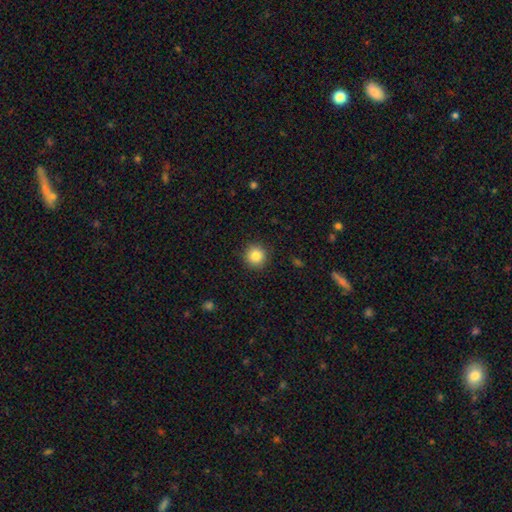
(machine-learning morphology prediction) Smooth or featured?
  - smooth: 84% *
  - star or artifact: 10%
  - featured or disk: 6%
How rounded?
  - round: 94% *
  - in between: 5%
  - cigar-shaped: 1%
Merging?
  - none: 91% *
  - minor disturbance: 6%
  - major disturbance: 2%
  - merger: 1%